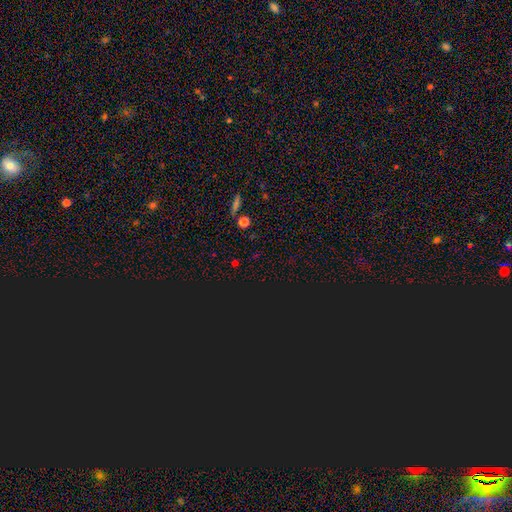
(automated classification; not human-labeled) Smooth or featured? star or artifact (63%)